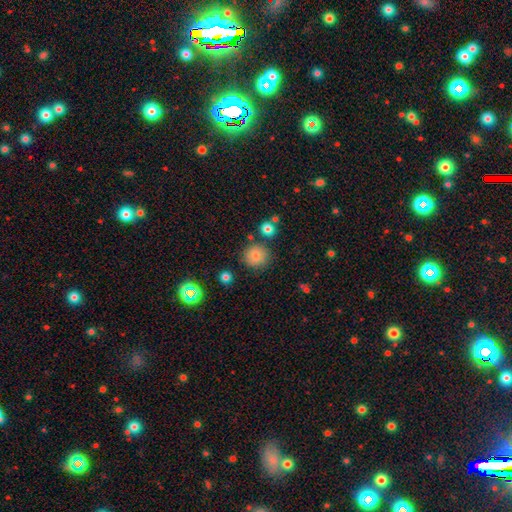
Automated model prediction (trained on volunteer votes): Smooth or featured?
  - smooth: 81% *
  - star or artifact: 12%
  - featured or disk: 7%
How rounded?
  - round: 92% *
  - in between: 7%
  - cigar-shaped: 1%
Merging?
  - none: 84% *
  - minor disturbance: 9%
  - merger: 5%
  - major disturbance: 3%